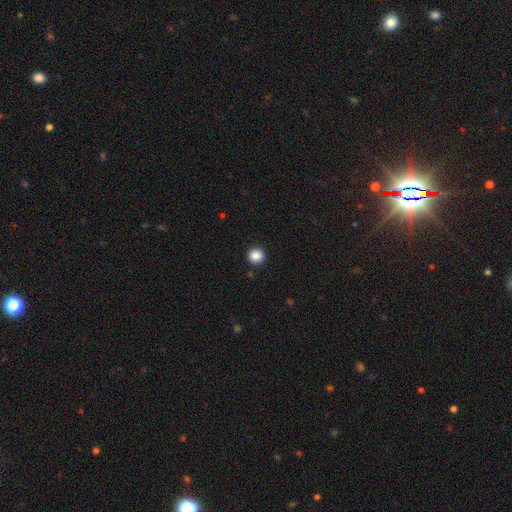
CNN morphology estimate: Smooth or featured?
  - smooth: 87% *
  - star or artifact: 10%
  - featured or disk: 3%
How rounded?
  - round: 91% *
  - in between: 8%
  - cigar-shaped: 1%
Merging?
  - none: 92% *
  - minor disturbance: 5%
  - major disturbance: 2%
  - merger: 1%